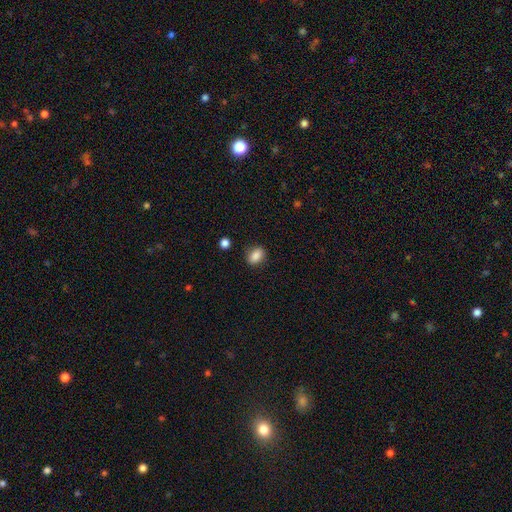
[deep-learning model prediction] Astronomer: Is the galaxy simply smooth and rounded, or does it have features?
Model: smooth — 86%.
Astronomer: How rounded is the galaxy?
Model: in between — 73%.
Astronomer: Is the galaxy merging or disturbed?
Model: none — 85%.